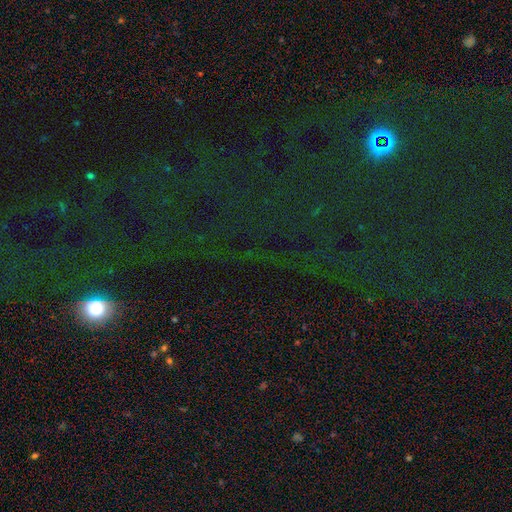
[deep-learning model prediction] Smooth or featured: star or artifact — 76% (smooth — 15%)